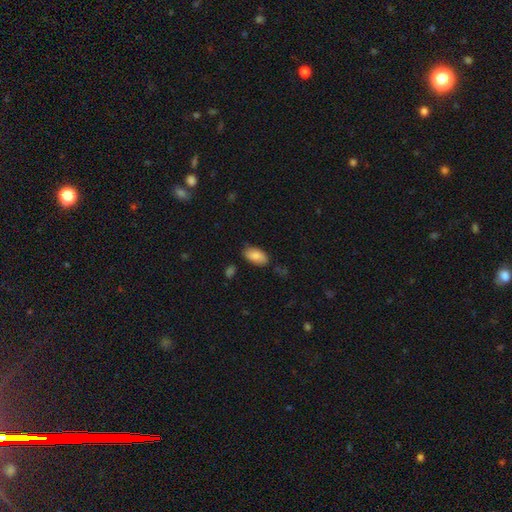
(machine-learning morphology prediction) Overall: smooth (85%). How rounded: in between (94%). Merging: none (74%).